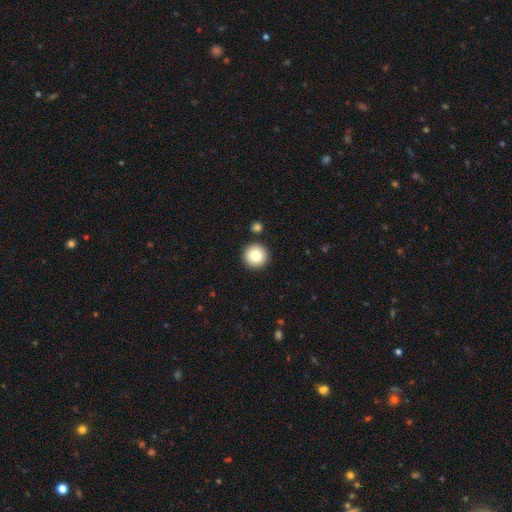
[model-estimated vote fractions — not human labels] Q: Smooth or featured?
A: smooth (81%); runner-up: featured or disk (10%)
Q: How rounded?
A: round (96%); runner-up: in between (3%)
Q: Merging?
A: none (89%); runner-up: minor disturbance (5%)